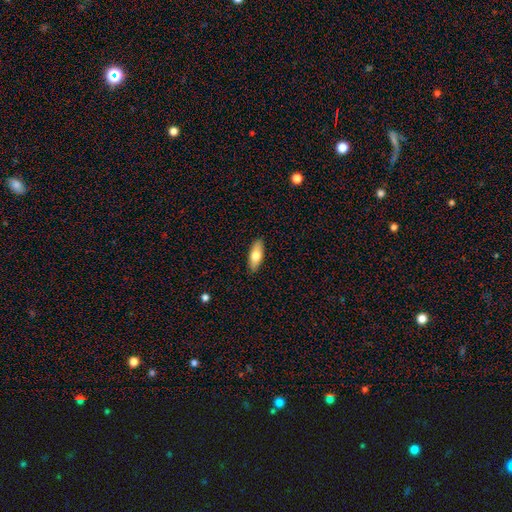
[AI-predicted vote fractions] smooth-or-featured: smooth: 70% | featured or disk: 24% | star or artifact: 6%
  how-rounded: in between: 71% | cigar-shaped: 26% | round: 3%
  merging: none: 89% | minor disturbance: 8% | major disturbance: 2% | merger: 1%